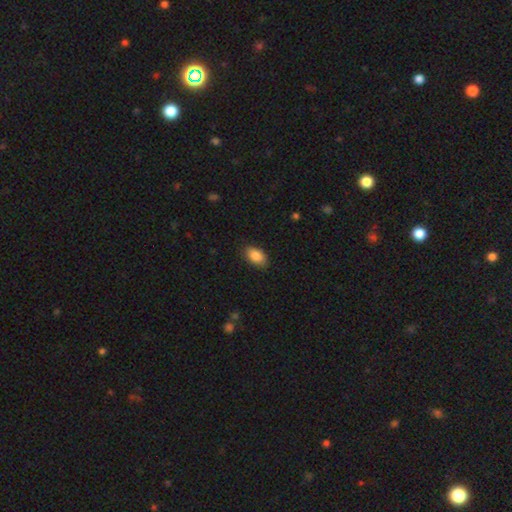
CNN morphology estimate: A smooth galaxy with no disk features (87%) that is in between round and cigar-shaped (91%).

Vote fractions:
- Smooth or featured? smooth: 87% / star or artifact: 7% / featured or disk: 6%
- How rounded? in between: 91% / round: 7% / cigar-shaped: 2%
- Merging? none: 85% / minor disturbance: 12% / major disturbance: 3% / merger: 1%